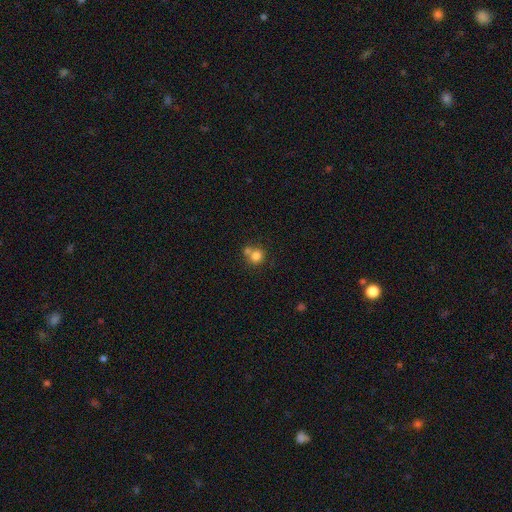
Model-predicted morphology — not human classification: Overall: smooth (80%). How rounded: round (87%). Merging: none (50%; merger 38%).